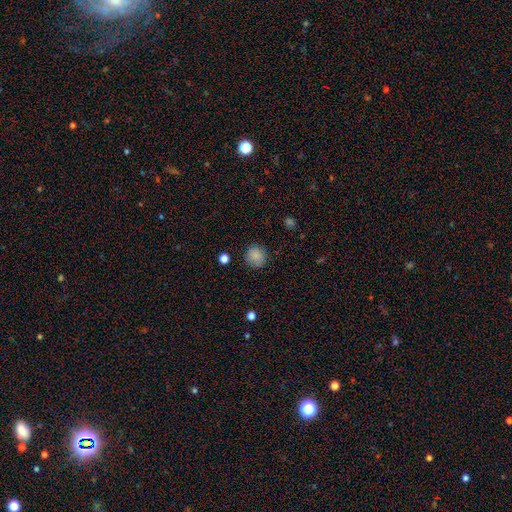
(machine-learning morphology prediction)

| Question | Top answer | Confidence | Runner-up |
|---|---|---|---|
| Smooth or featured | smooth | 86% | star or artifact (10%) |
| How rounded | round | 86% | in between (13%) |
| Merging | none | 85% | minor disturbance (11%) |